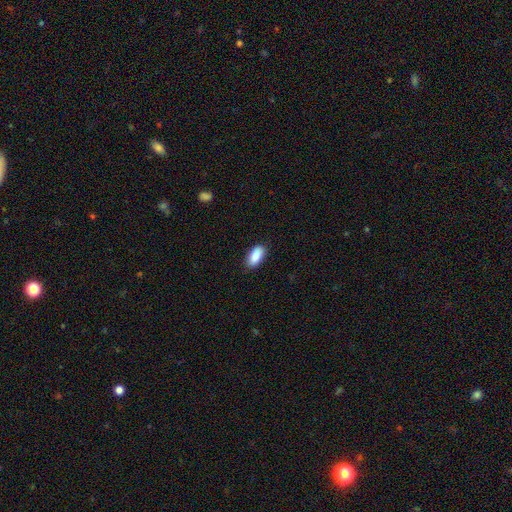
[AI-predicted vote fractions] Q: Smooth or featured?
A: smooth (87%); runner-up: star or artifact (7%)
Q: How rounded?
A: in between (90%); runner-up: cigar-shaped (7%)
Q: Merging?
A: none (87%); runner-up: minor disturbance (10%)